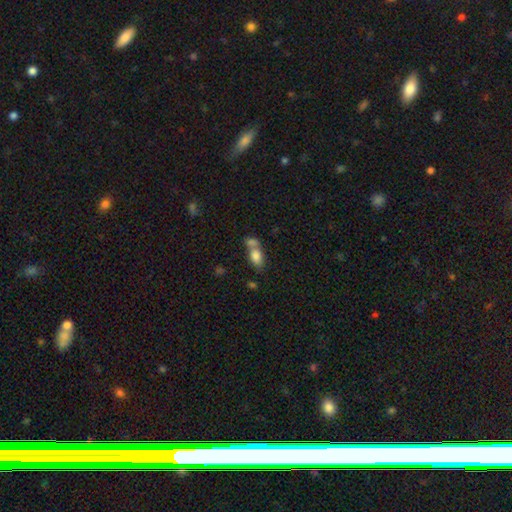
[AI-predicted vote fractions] A smooth galaxy with no disk features (80%) that is in between round and cigar-shaped (87%).

Vote fractions:
- Smooth or featured? smooth: 80% / featured or disk: 11% / star or artifact: 9%
- How rounded? in between: 87% / round: 9% / cigar-shaped: 4%
- Merging? merger: 51% / none: 34% / minor disturbance: 10% / major disturbance: 5%